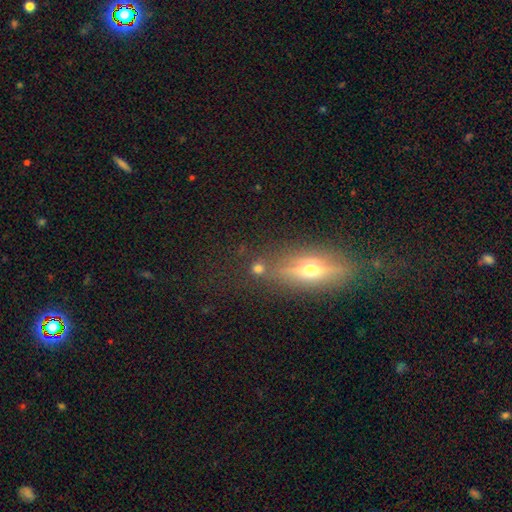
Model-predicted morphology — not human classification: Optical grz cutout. It shows a smooth galaxy with no disk features (43%). Merging: none (64%).